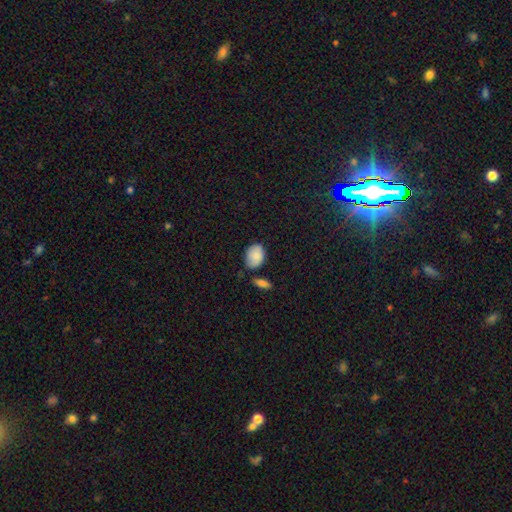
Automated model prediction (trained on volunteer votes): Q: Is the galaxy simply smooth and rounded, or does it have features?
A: smooth — 87%.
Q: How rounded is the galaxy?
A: in between — 82%.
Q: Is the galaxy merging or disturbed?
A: none — 63%.